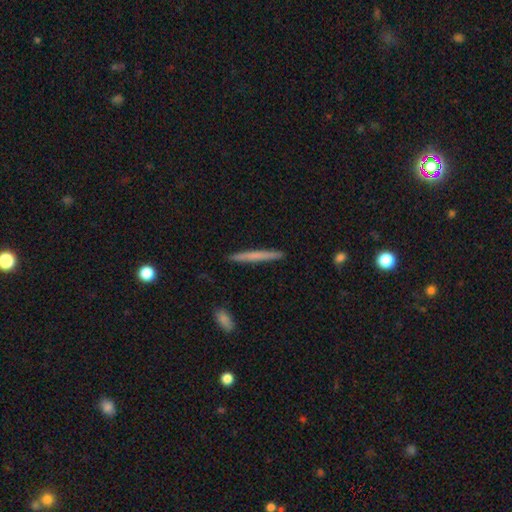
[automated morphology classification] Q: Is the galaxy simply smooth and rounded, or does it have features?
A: smooth — 62%.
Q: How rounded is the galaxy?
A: cigar-shaped — 97%.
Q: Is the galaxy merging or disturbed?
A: none — 92%.